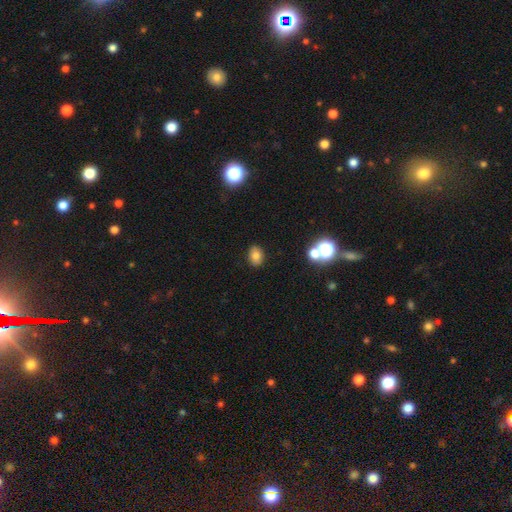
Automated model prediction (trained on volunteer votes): Overall: smooth (77%). How rounded: in between (59%; round 40%). Merging: none (87%).